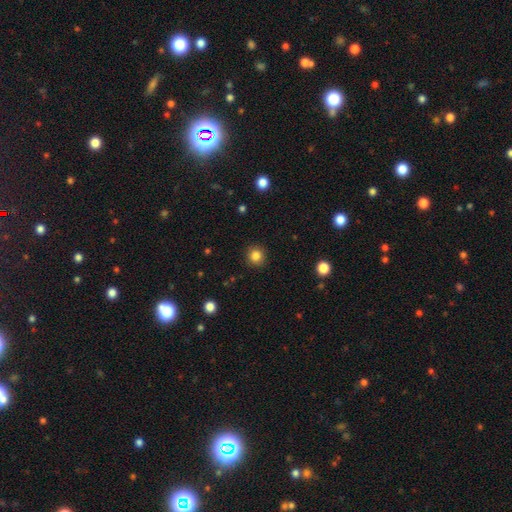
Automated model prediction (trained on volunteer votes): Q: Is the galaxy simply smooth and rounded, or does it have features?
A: smooth — 84%.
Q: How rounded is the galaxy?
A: round — 93%.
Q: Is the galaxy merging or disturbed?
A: none — 91%.